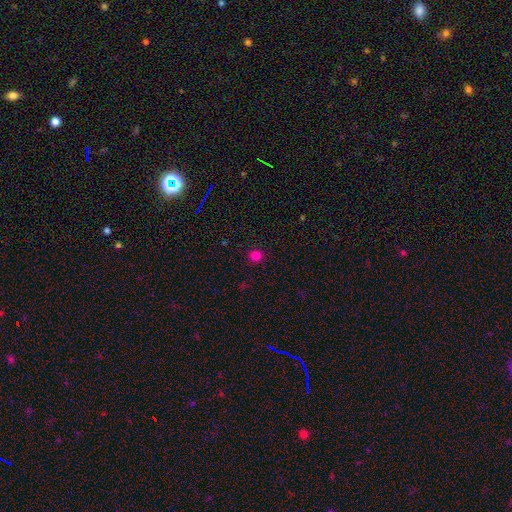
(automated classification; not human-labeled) Smooth or featured: smooth — 81% (star or artifact — 16%)
How rounded: round — 94% (in between — 5%)
Merging: none — 93% (minor disturbance — 5%)